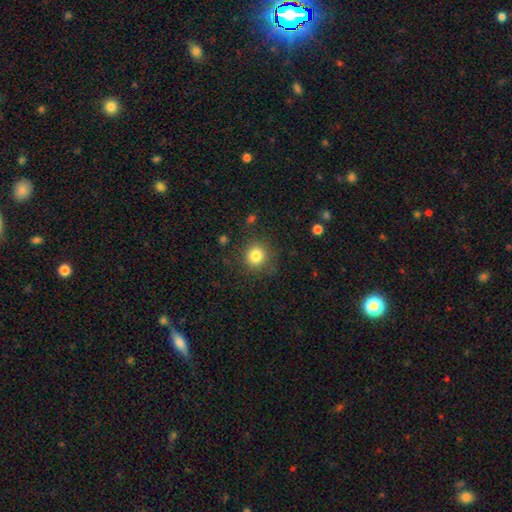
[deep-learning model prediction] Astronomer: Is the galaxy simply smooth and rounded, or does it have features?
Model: smooth — 82%.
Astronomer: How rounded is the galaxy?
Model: round — 91%.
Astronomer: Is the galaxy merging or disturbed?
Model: none — 85%.